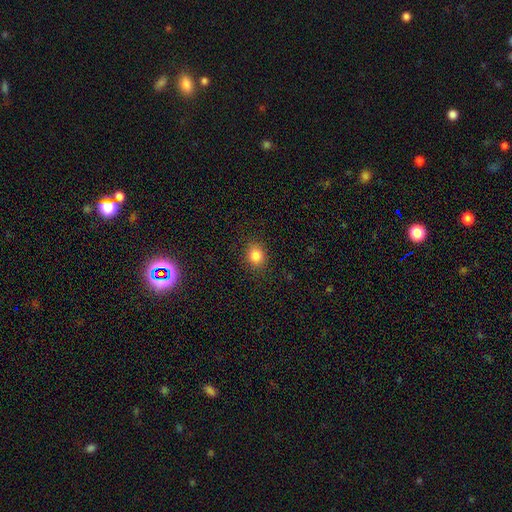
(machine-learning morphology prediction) This appears to be a smooth galaxy with no disk features (84%) that is round (68%). Merging: none (87%).